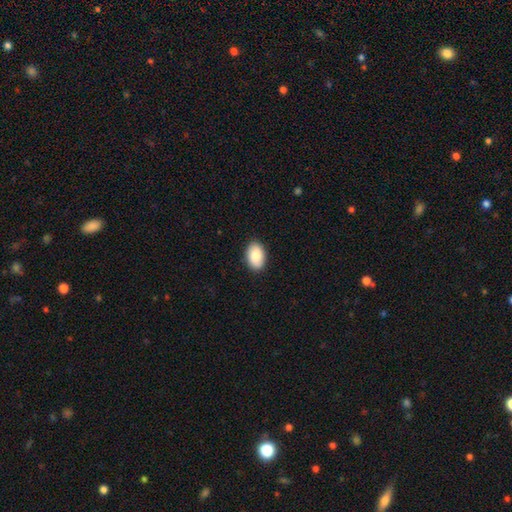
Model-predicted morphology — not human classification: smooth 85%, featured or disk 8%, star or artifact 6%. Down the decision tree: how rounded — in between (90%); merging — none (89%).